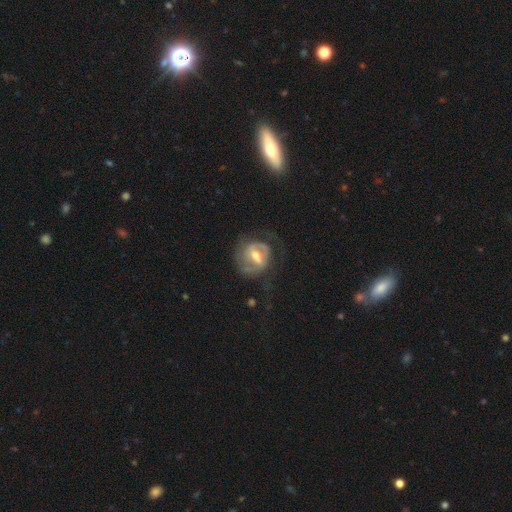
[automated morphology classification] This appears to be a featured or disk galaxy (74%) with a weak bar (44%), 2 (58%) medium (39%, tied with tight) spiral arms (73%) and a moderate central bulge (64%). Merging: none (55%).